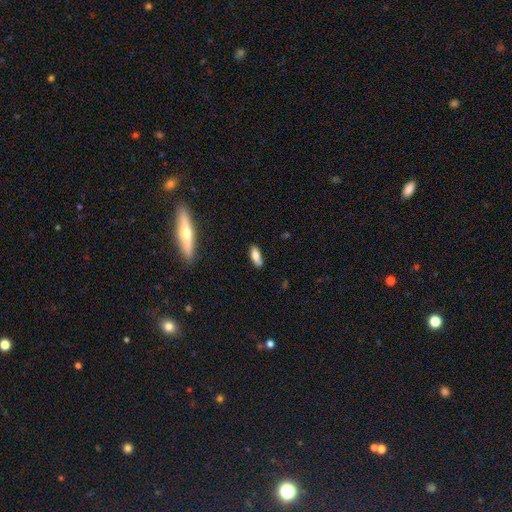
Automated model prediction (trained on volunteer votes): This appears to be a smooth galaxy with no disk features (77%) that is in between round and cigar-shaped (75%). Merging: none (67%).